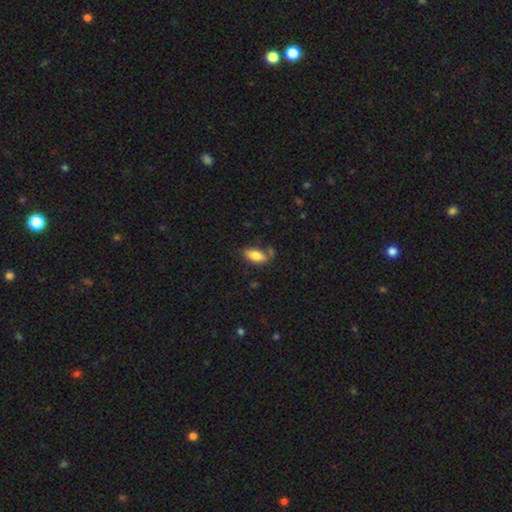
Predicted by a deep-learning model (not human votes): This appears to be a smooth galaxy with no disk features (81%) that is in between round and cigar-shaped (85%). Merging: none (70%).